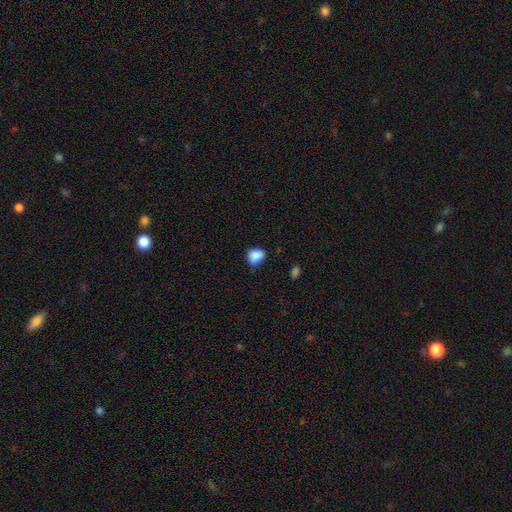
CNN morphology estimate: This is clearly a smooth galaxy (86%). How rounded: possibly round (57%). Merging: possibly none (59%).